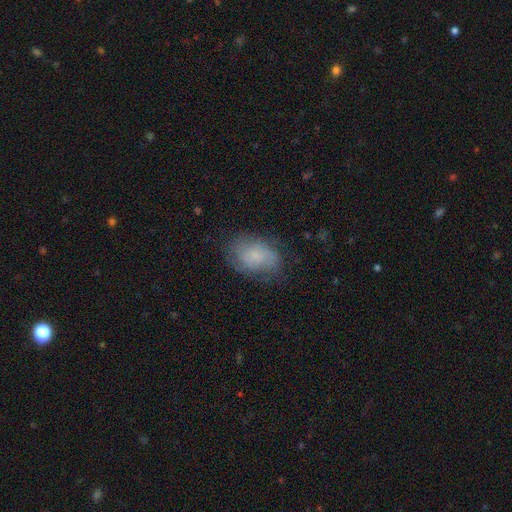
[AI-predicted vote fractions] A smooth galaxy with no disk features (55%) that is in between round and cigar-shaped (83%). Merging: none (65%).